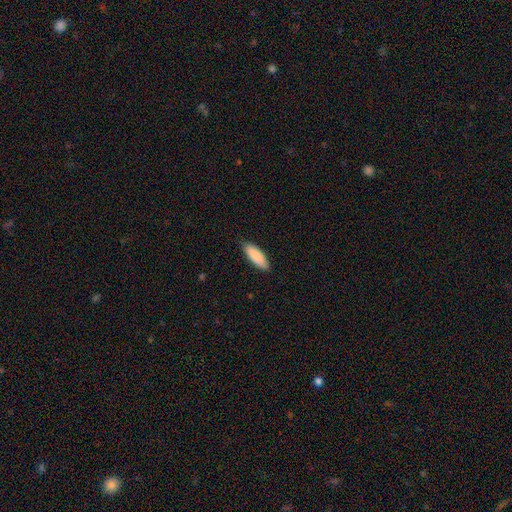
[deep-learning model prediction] Q: Smooth or featured?
A: smooth (89%); runner-up: featured or disk (6%)
Q: How rounded?
A: in between (64%); runner-up: cigar-shaped (35%)
Q: Merging?
A: none (86%); runner-up: minor disturbance (11%)